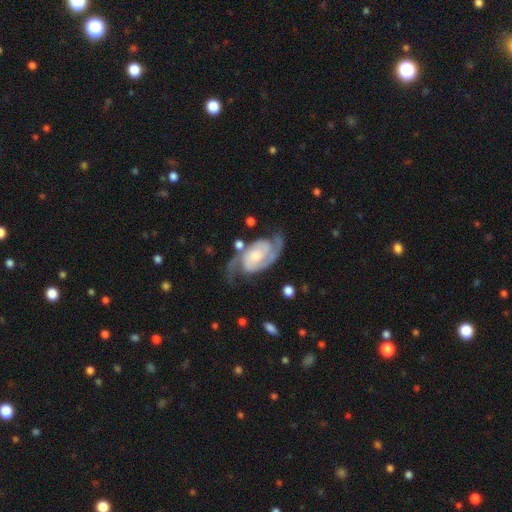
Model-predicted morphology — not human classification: This appears to be a featured or disk galaxy (89%) with no bar (61%), 2 (90%) medium (45%) spiral arms (98%) and a small central bulge (51%). Merging: none (66%).